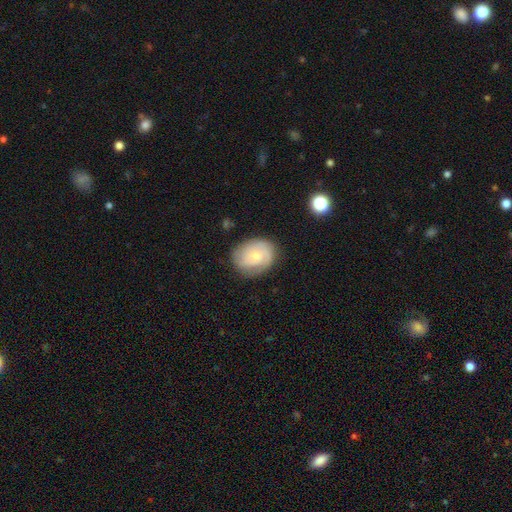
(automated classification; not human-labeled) Smooth or featured?
  - featured or disk: 66% *
  - smooth: 28%
  - star or artifact: 7%
Edge-on disk?
  - no: 97% *
  - yes: 3%
Bar?
  - no: 70% *
  - weak: 27%
  - strong: 3%
Spiral arms?
  - yes: 91% *
  - no: 9%
Spiral winding?
  - tight: 56% *
  - medium: 34%
  - loose: 10%
Spiral arm count?
  - 2: 45% *
  - can't tell: 24%
  - 3: 17%
  - 1: 7%
  - 4: 3%
  - more than 4: 3%
Bulge size?
  - small: 57% *
  - moderate: 38%
  - none: 2%
  - large: 2%
  - dominant: 1%
Merging?
  - none: 77% *
  - minor disturbance: 17%
  - major disturbance: 5%
  - merger: 1%